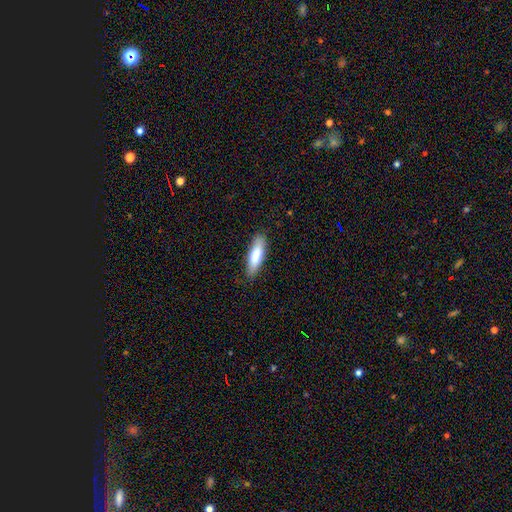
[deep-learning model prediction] smooth-or-featured: smooth: 75% | featured or disk: 20% | star or artifact: 6%
  how-rounded: cigar-shaped: 56% | in between: 43% | round: 2%
  merging: none: 85% | minor disturbance: 12% | major disturbance: 2% | merger: 1%